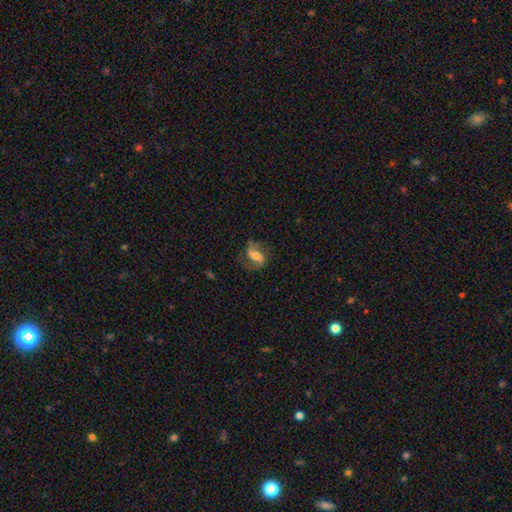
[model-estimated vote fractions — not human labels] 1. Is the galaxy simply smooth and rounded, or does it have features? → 69% featured or disk, 24% smooth, 7% star or artifact.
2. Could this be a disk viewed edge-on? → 96% no, 4% yes.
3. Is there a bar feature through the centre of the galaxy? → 39% weak, 34% strong, 27% no.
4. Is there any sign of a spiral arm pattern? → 91% yes, 9% no.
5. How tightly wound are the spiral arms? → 47% medium, 37% loose, 16% tight.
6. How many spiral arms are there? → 86% 2, 6% 1, 5% can't tell, 1% 3, 1% 4, 1% more than 4.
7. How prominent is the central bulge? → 46% moderate, 28% small, 18% large, 6% none, 3% dominant.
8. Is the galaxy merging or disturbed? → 65% none, 18% minor disturbance, 15% major disturbance, 1% merger.